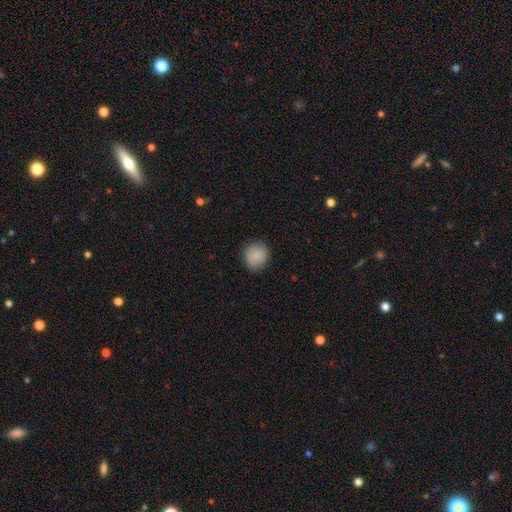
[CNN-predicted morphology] smooth_or_featured: smooth (p=0.86) [alt: star or artifact p=0.08]
how_rounded: round (p=0.85) [alt: in between p=0.15]
merging: none (p=0.85) [alt: minor disturbance p=0.11]